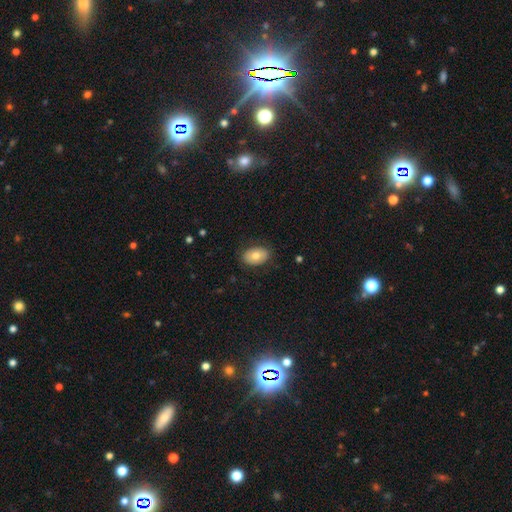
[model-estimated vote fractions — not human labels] A smooth galaxy with no disk features (76%) that is in between round and cigar-shaped (87%). Merging: none (84%).